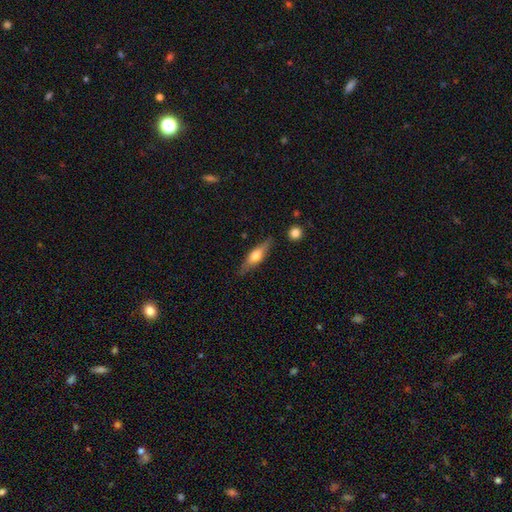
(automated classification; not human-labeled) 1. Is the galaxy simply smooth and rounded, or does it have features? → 52% featured or disk, 42% smooth, 6% star or artifact.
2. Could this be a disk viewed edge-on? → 91% yes, 9% no.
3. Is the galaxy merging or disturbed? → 82% none, 13% minor disturbance, 3% major disturbance, 3% merger.